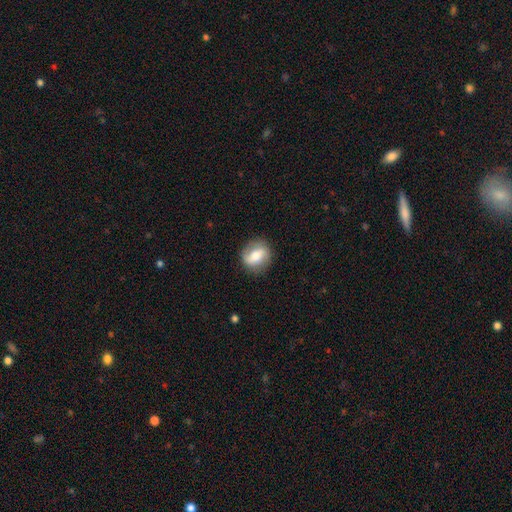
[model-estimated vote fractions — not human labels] The model was most divided on "smooth or featured": smooth: 50%, featured or disk: 42%, star or artifact: 8%. More confident: merging — none (84%); how rounded — round (67%).